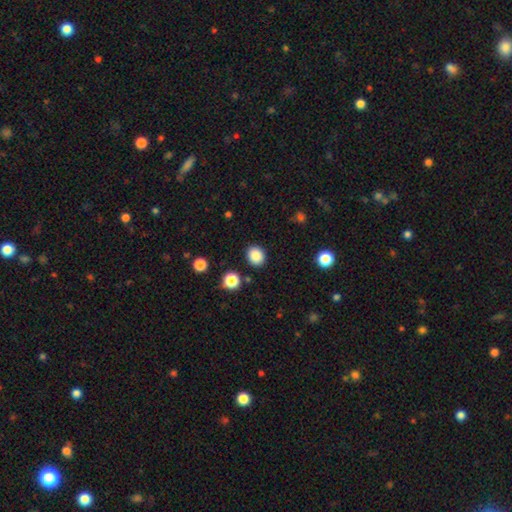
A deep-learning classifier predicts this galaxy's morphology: This appears to be a smooth galaxy with no disk features (86%) that is round (66%). Merging: none (88%).